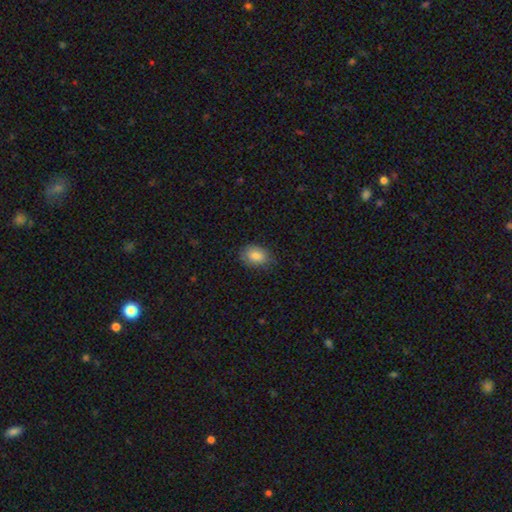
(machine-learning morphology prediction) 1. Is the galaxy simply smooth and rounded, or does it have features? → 85% smooth, 8% featured or disk, 7% star or artifact.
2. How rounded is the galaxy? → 83% in between, 16% round, 1% cigar-shaped.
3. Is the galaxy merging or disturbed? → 79% none, 17% minor disturbance, 3% major disturbance, 1% merger.